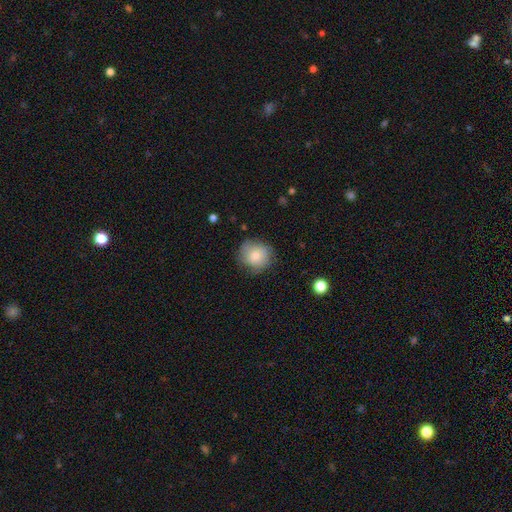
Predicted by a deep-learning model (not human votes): This appears to be a smooth galaxy with no disk features (76%) that is round (85%). Merging: none (71%).